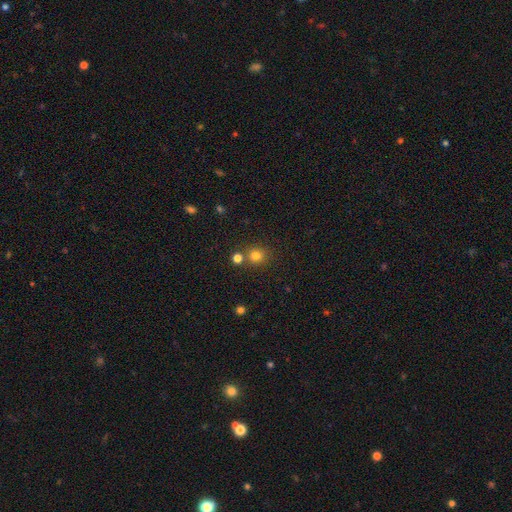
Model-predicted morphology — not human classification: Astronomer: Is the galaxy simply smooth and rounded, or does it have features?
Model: smooth — 78%.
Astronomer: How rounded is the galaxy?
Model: round — 87%.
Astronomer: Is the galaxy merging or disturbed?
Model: none — 72%.